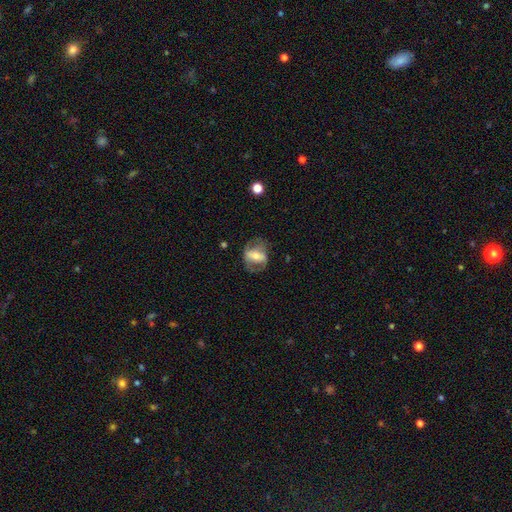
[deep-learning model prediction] featured or disk 60%, smooth 33%, star or artifact 7%. Down the decision tree: edge-on disk — no (90%); bar — strong (52%); spiral arms — no (53%); bulge size — moderate (49%); merging — none (63%).